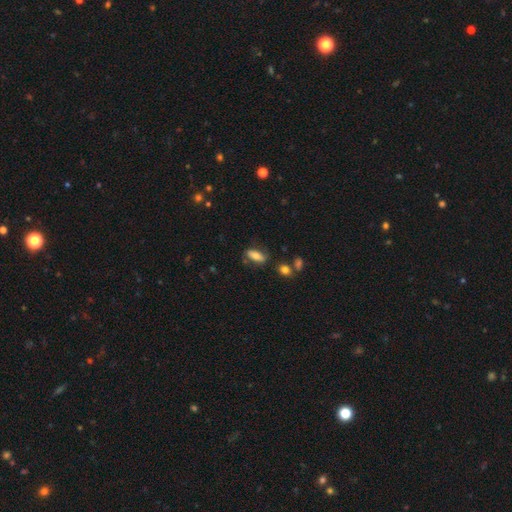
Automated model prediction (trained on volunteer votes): This appears to be a smooth galaxy with no disk features (74%) that is in between round and cigar-shaped (73%). Merging: none (71%).